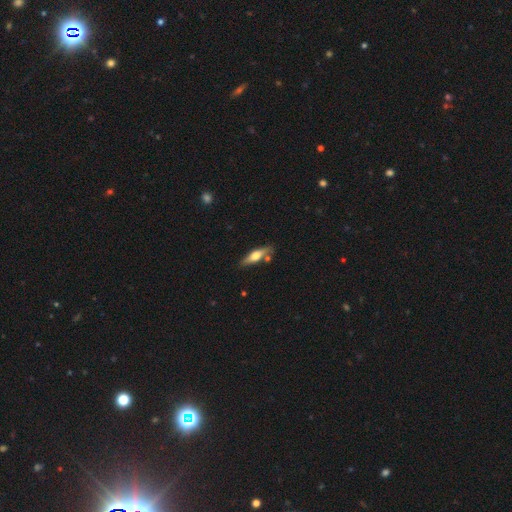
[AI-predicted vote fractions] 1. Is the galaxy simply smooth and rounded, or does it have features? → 48% featured or disk, 47% smooth, 6% star or artifact.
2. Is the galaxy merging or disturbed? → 75% none, 14% minor disturbance, 8% merger, 3% major disturbance.